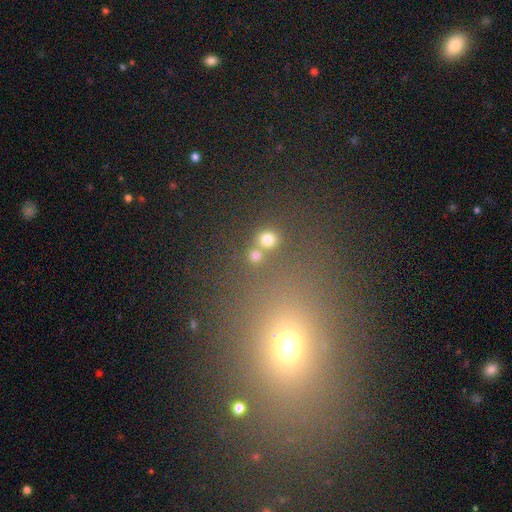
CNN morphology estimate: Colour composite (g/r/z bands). It shows a smooth galaxy with no disk features (74%) that is round (88%). Merging: none (66%).